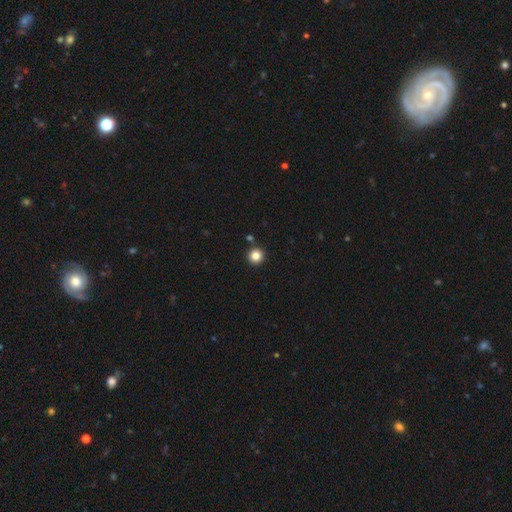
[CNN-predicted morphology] smooth-or-featured: smooth: 85% | star or artifact: 11% | featured or disk: 4%
  how-rounded: round: 96% | in between: 3% | cigar-shaped: 1%
  merging: none: 90% | minor disturbance: 5% | merger: 4% | major disturbance: 2%